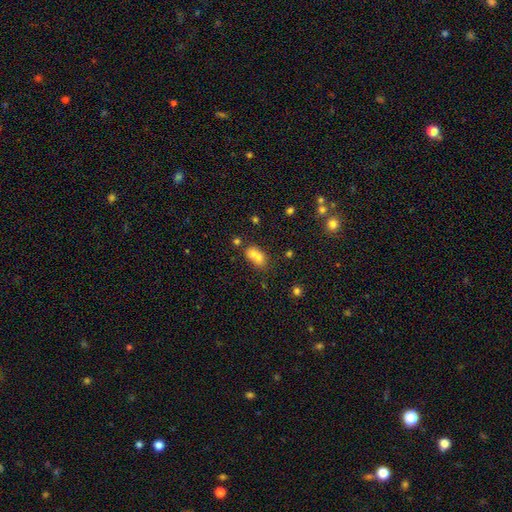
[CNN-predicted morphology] A smooth galaxy with no disk features (68%) that is round (54%).

Vote fractions:
- Smooth or featured? smooth: 68% / featured or disk: 19% / star or artifact: 13%
- How rounded? round: 54% / in between: 45% / cigar-shaped: 2%
- Merging? merger: 68% / none: 23% / minor disturbance: 6% / major disturbance: 3%